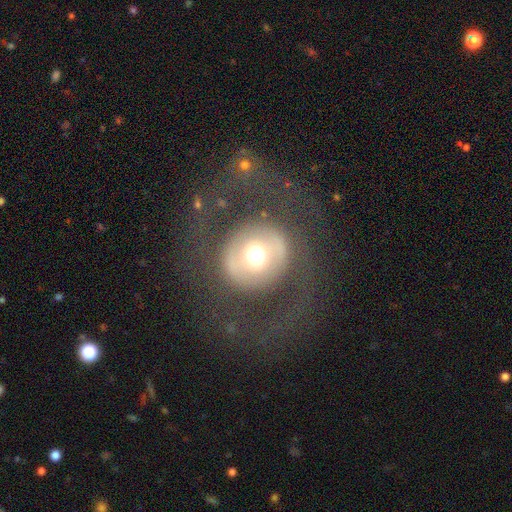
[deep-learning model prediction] smooth 47%, featured or disk 43%, star or artifact 10%. Down the decision tree: merging — none (69%).